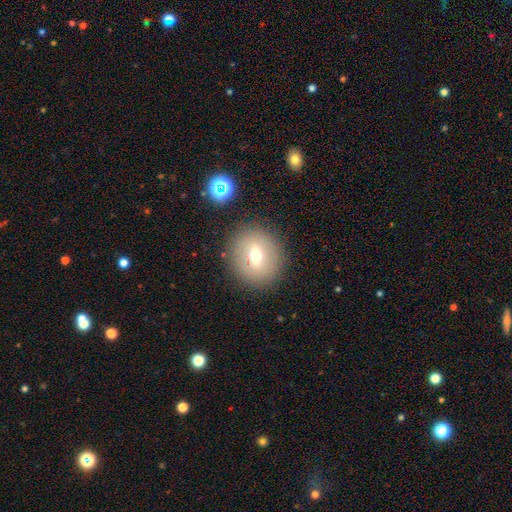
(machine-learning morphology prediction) Smooth or featured?
  - smooth: 61% *
  - featured or disk: 26%
  - star or artifact: 13%
How rounded?
  - round: 85% *
  - in between: 14%
  - cigar-shaped: 1%
Merging?
  - none: 84% *
  - minor disturbance: 9%
  - major disturbance: 4%
  - merger: 3%